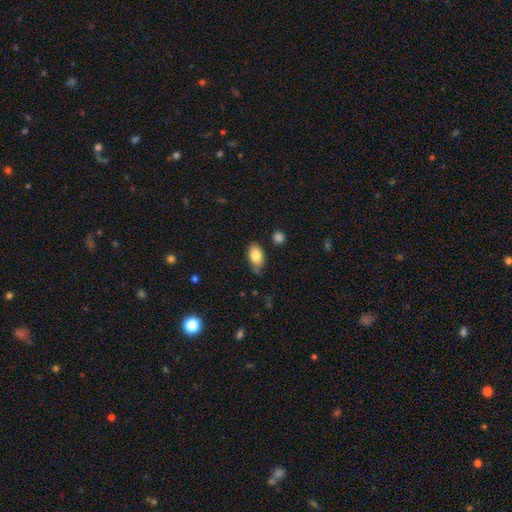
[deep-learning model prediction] Q: Smooth or featured?
A: smooth (81%); runner-up: featured or disk (12%)
Q: How rounded?
A: in between (91%); runner-up: round (6%)
Q: Merging?
A: none (70%); runner-up: minor disturbance (24%)